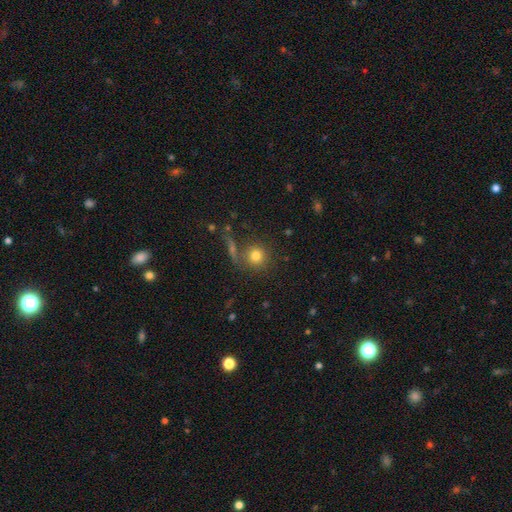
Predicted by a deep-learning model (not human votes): smooth 78%, star or artifact 12%, featured or disk 10%. Down the decision tree: how rounded — round (91%); merging — none (74%).